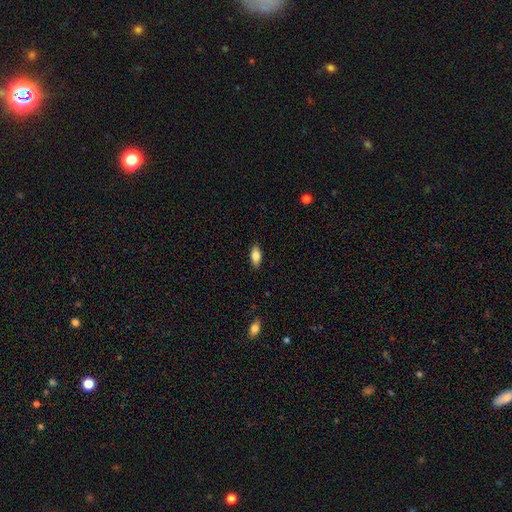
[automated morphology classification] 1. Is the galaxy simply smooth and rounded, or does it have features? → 83% smooth, 10% featured or disk, 7% star or artifact.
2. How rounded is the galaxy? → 88% in between, 9% cigar-shaped, 3% round.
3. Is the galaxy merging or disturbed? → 87% none, 10% minor disturbance, 2% major disturbance, 1% merger.